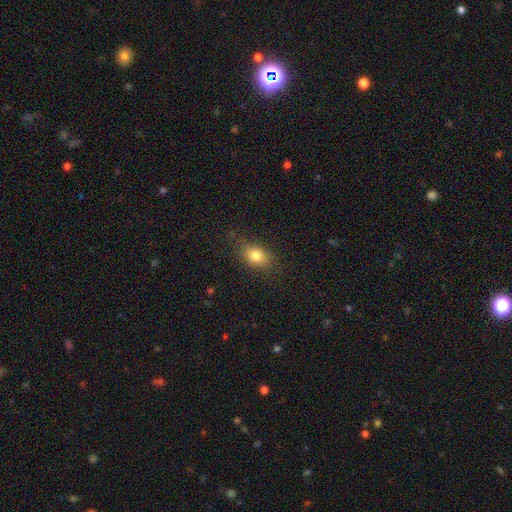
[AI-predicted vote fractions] Q: Smooth or featured?
A: smooth (78%); runner-up: featured or disk (12%)
Q: How rounded?
A: in between (77%); runner-up: round (20%)
Q: Merging?
A: none (82%); runner-up: minor disturbance (13%)